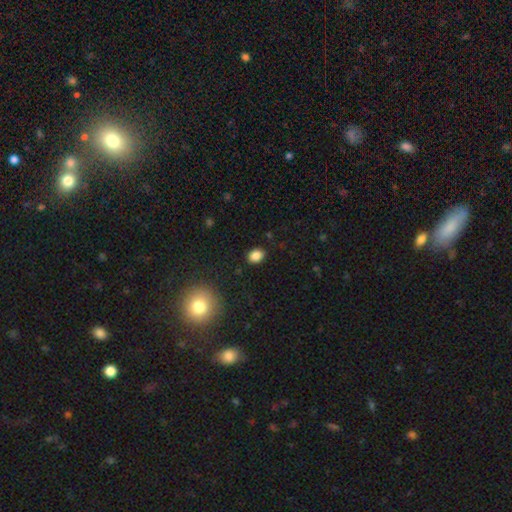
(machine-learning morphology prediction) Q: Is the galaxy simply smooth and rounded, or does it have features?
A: smooth — 86%.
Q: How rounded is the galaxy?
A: in between — 57%.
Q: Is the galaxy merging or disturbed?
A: none — 88%.